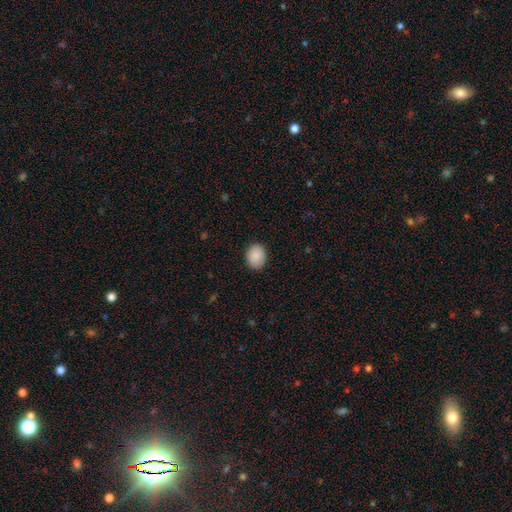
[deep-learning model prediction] Overall: smooth (89%). How rounded: in between (50%; round 49%). Merging: none (88%).